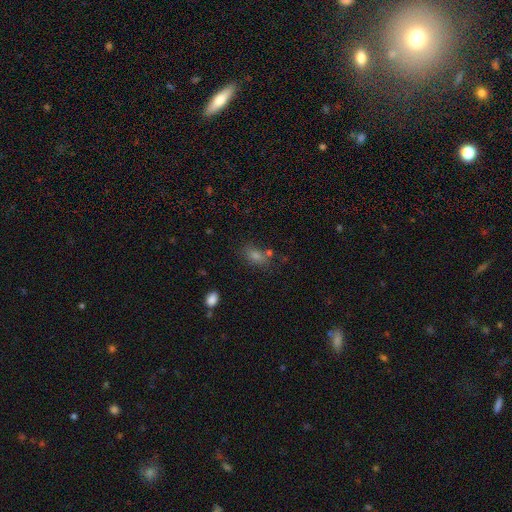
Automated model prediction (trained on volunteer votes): This appears to be a smooth galaxy with no disk features (64%) that is in between round and cigar-shaped (74%). Merging: none (67%).